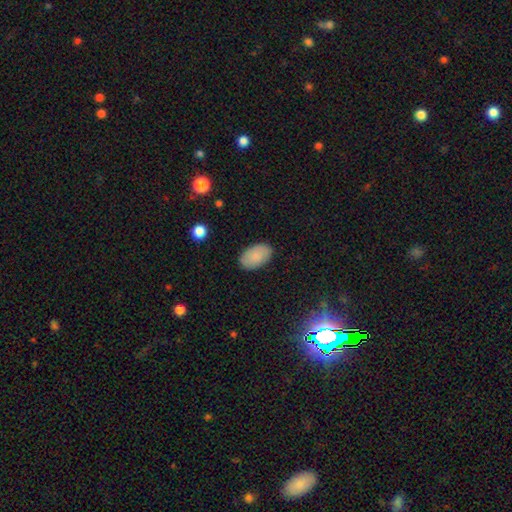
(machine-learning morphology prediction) Smooth or featured? Predicted: smooth (p=0.87). How rounded? Predicted: in between (p=0.94). Merging? Predicted: none (p=0.88).